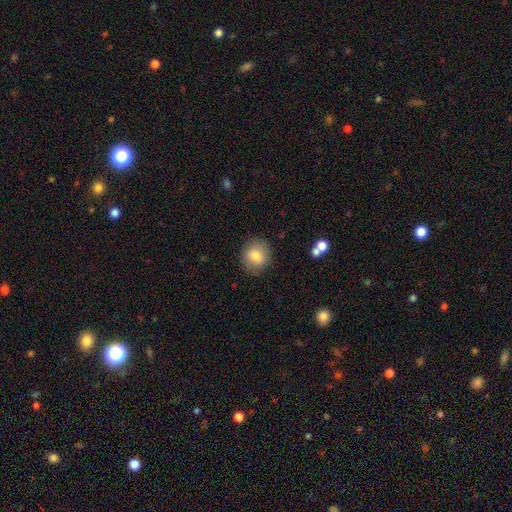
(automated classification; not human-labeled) Smooth or featured?
  - smooth: 82% *
  - featured or disk: 10%
  - star or artifact: 8%
How rounded?
  - round: 80% *
  - in between: 19%
  - cigar-shaped: 1%
Merging?
  - none: 85% *
  - minor disturbance: 10%
  - major disturbance: 3%
  - merger: 2%